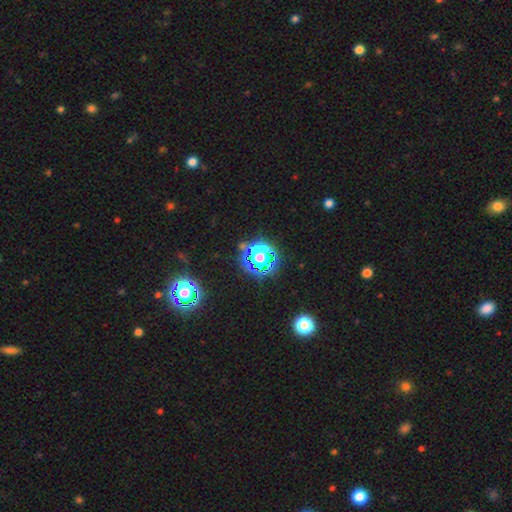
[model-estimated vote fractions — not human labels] star or artifact 56%, smooth 35%, featured or disk 9%.